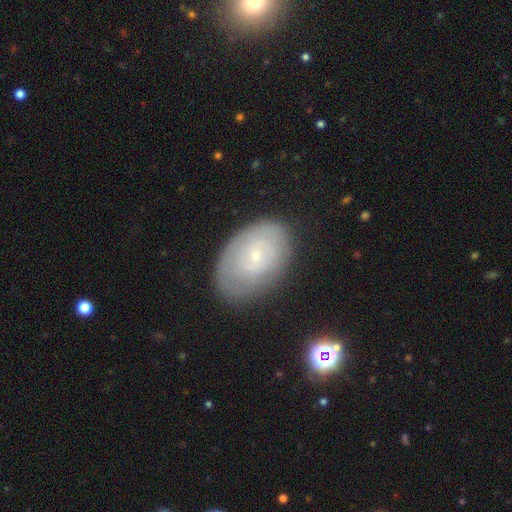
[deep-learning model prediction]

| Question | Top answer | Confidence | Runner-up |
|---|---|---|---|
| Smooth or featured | featured or disk | 48% | smooth (44%) |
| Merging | none | 70% | minor disturbance (21%) |